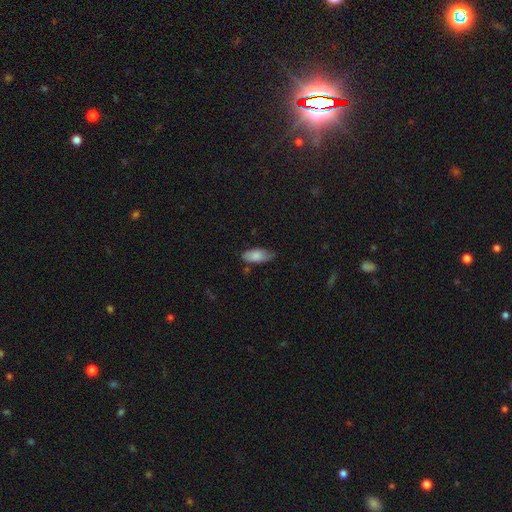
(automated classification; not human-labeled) smooth 82%, featured or disk 11%, star or artifact 6%. Down the decision tree: how rounded — in between (83%); merging — none (62%).